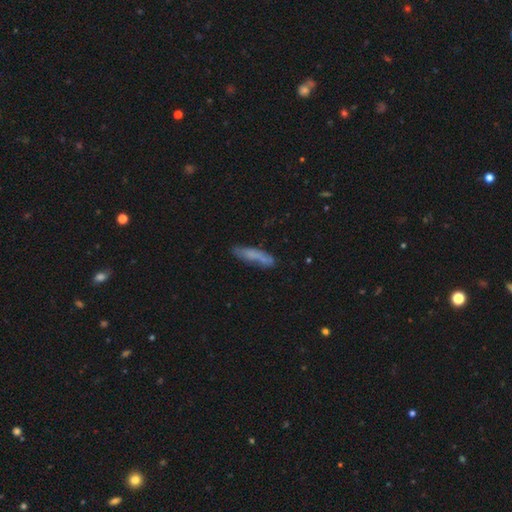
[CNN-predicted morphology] Smooth or featured?
  - smooth: 63% *
  - featured or disk: 28%
  - star or artifact: 9%
How rounded?
  - cigar-shaped: 80% *
  - in between: 19%
  - round: 2%
Merging?
  - none: 67% *
  - minor disturbance: 22%
  - major disturbance: 6%
  - merger: 5%